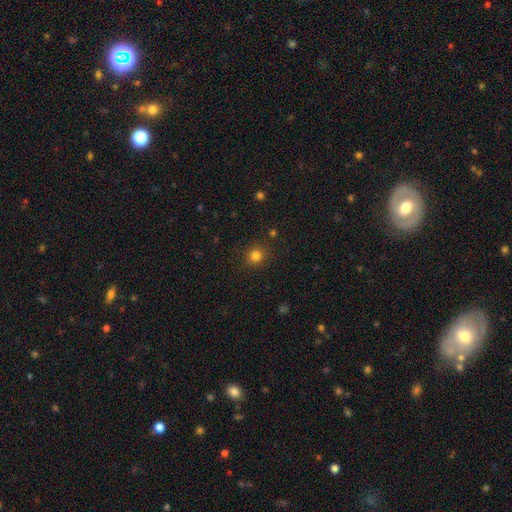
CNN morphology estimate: Q: Smooth or featured?
A: smooth (81%); runner-up: star or artifact (14%)
Q: How rounded?
A: round (87%); runner-up: in between (12%)
Q: Merging?
A: none (88%); runner-up: minor disturbance (7%)